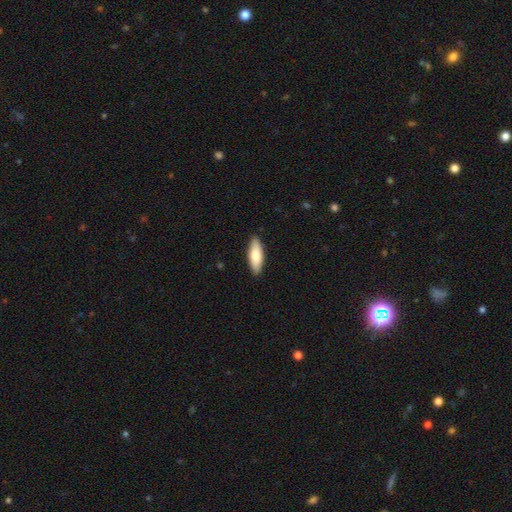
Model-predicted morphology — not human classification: smooth-or-featured: smooth: 78% | featured or disk: 17% | star or artifact: 5%
  how-rounded: in between: 60% | cigar-shaped: 38% | round: 2%
  merging: none: 89% | minor disturbance: 8% | major disturbance: 2% | merger: 1%